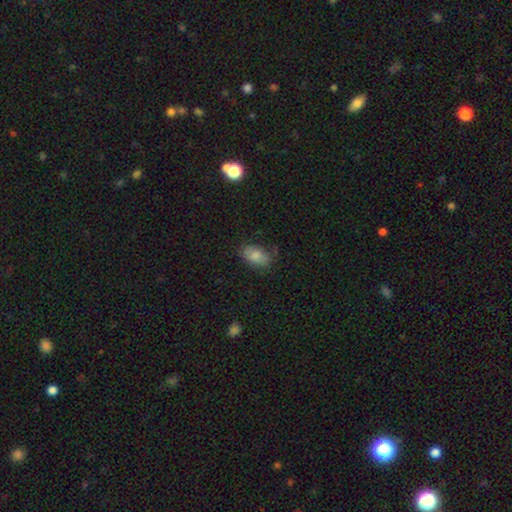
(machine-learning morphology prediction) Smooth or featured? Predicted: smooth (p=0.81). How rounded? Predicted: in between (p=0.91). Merging? Predicted: none (p=0.71).